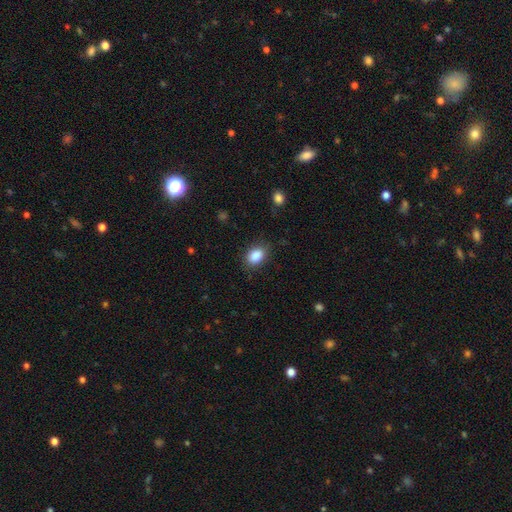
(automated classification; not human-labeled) smooth 88%, star or artifact 8%, featured or disk 4%. Down the decision tree: how rounded — in between (81%); merging — none (82%).